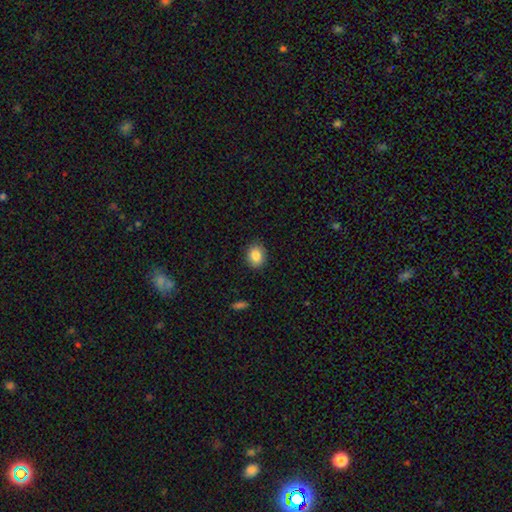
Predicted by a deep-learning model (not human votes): A smooth galaxy with no disk features (86%) that is round (55%).

Vote fractions:
- Smooth or featured? smooth: 86% / star or artifact: 9% / featured or disk: 6%
- How rounded? round: 55% / in between: 44% / cigar-shaped: 1%
- Merging? none: 88% / minor disturbance: 9% / major disturbance: 2% / merger: 1%